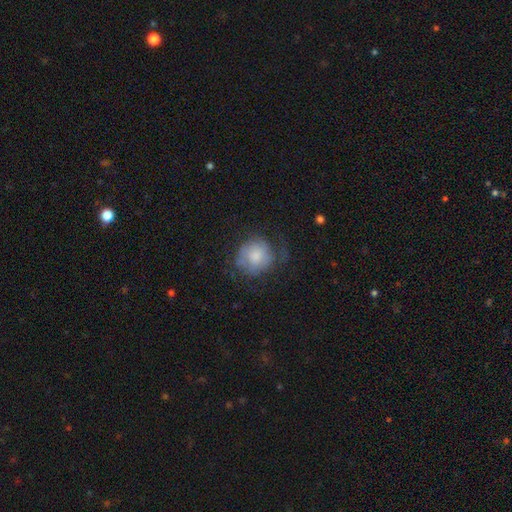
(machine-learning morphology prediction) A smooth galaxy with no disk features (60%) that is round (81%). Merging: none (45%).